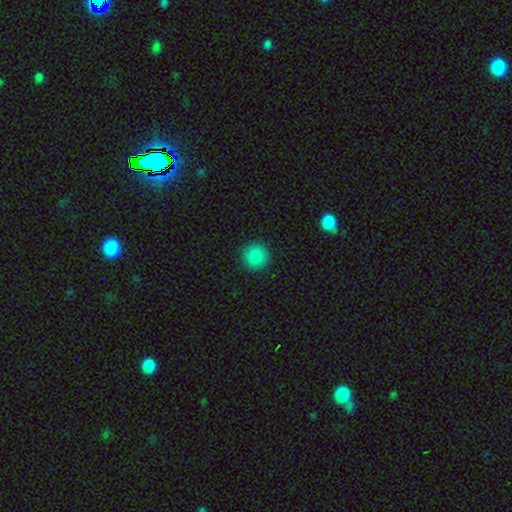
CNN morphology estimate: A smooth galaxy with no disk features (85%) that is round (95%).

Vote fractions:
- Smooth or featured? smooth: 85% / star or artifact: 10% / featured or disk: 5%
- How rounded? round: 95% / in between: 5% / cigar-shaped: 1%
- Merging? none: 92% / minor disturbance: 5% / major disturbance: 2% / merger: 1%